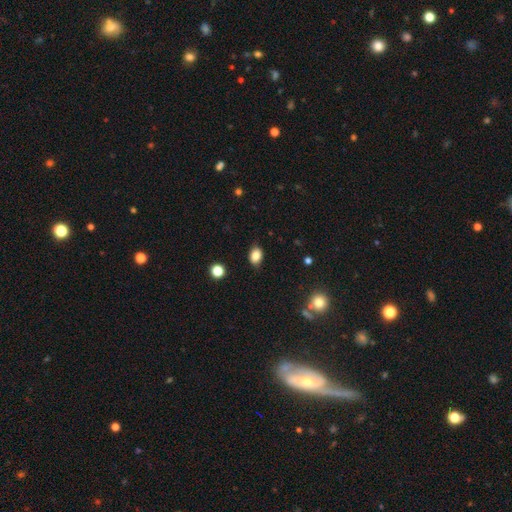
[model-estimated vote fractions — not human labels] smooth-or-featured: smooth: 85% | star or artifact: 9% | featured or disk: 6%
  how-rounded: in between: 78% | round: 20% | cigar-shaped: 1%
  merging: none: 85% | minor disturbance: 11% | major disturbance: 2% | merger: 1%